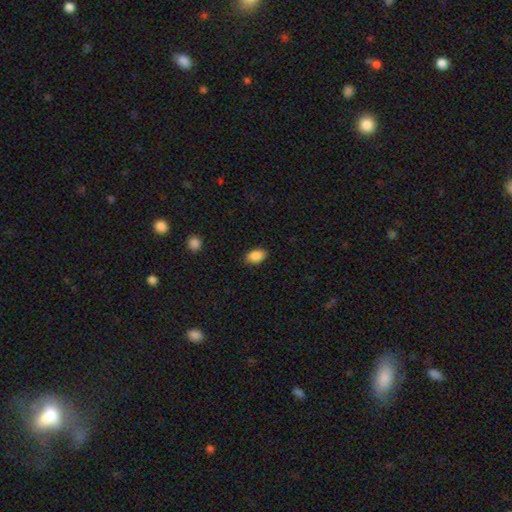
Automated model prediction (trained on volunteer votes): A smooth galaxy with no disk features (88%) that is in between round and cigar-shaped (87%).

Vote fractions:
- Smooth or featured? smooth: 88% / star or artifact: 8% / featured or disk: 4%
- How rounded? in between: 87% / round: 11% / cigar-shaped: 1%
- Merging? none: 86% / minor disturbance: 11% / major disturbance: 2% / merger: 1%